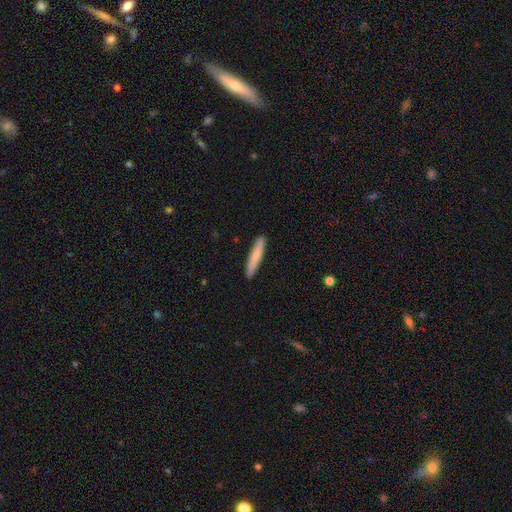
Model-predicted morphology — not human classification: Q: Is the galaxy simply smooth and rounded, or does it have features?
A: smooth — 77%.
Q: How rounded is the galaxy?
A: cigar-shaped — 93%.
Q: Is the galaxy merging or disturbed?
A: none — 90%.